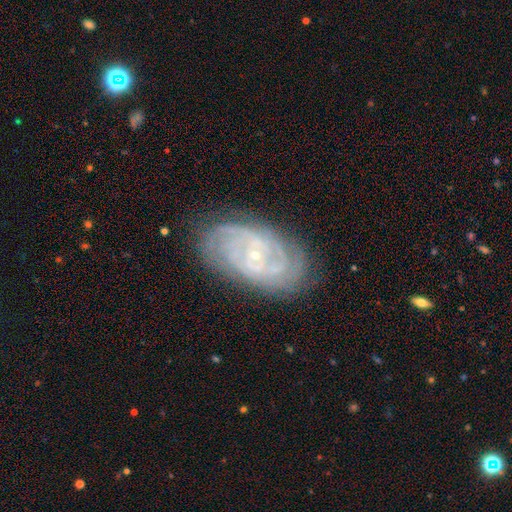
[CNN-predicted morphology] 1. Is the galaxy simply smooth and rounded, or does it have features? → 85% featured or disk, 8% smooth, 7% star or artifact.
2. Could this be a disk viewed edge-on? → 96% no, 4% yes.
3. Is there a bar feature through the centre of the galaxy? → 65% no, 27% weak, 8% strong.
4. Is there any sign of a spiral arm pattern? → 97% yes, 3% no.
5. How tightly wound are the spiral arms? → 73% tight, 23% medium, 4% loose.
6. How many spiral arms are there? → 26% 2, 25% can't tell, 19% 3, 15% 4, 8% more than 4, 7% 1.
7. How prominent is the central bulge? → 83% small, 13% moderate, 1% none, 1% large, 1% dominant.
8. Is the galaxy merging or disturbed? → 82% none, 13% minor disturbance, 3% major disturbance, 1% merger.